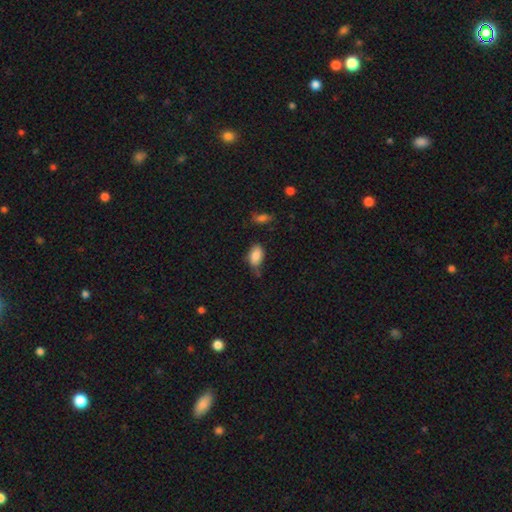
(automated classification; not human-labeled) Smooth or featured? smooth (86%)
How rounded? in between (91%)
Merging? none (50%)